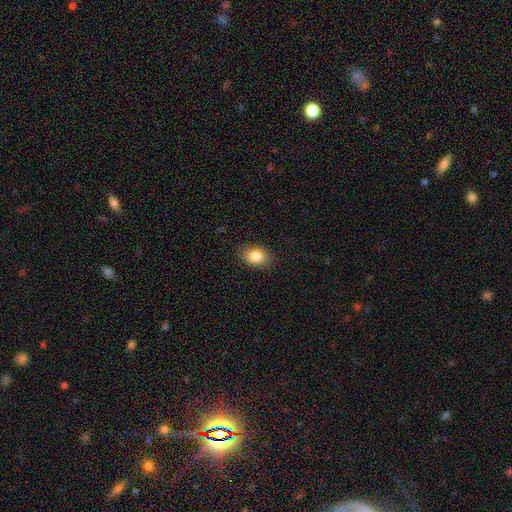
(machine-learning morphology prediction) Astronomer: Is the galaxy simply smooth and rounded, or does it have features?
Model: smooth — 84%.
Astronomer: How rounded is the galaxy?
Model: in between — 70%.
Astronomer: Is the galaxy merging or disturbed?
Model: none — 87%.